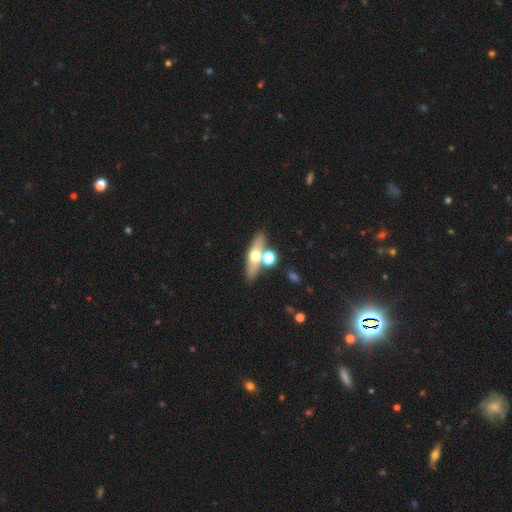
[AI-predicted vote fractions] Smooth or featured? Predicted: featured or disk (p=0.46, tied with smooth). Merging? Predicted: none (p=0.70).